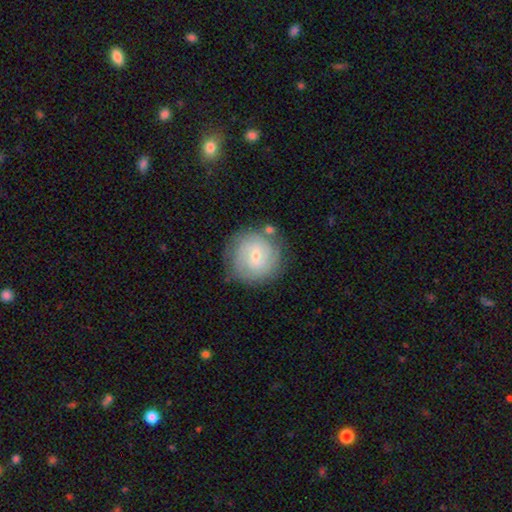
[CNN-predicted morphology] Q: Smooth or featured?
A: featured or disk (62%); runner-up: smooth (31%)
Q: Edge-on disk?
A: no (97%); runner-up: yes (3%)
Q: Bar?
A: no (50%); runner-up: weak (42%)
Q: Spiral arms?
A: yes (86%); runner-up: no (14%)
Q: Spiral winding?
A: tight (68%); runner-up: medium (24%)
Q: Spiral arm count?
A: can't tell (40%); runner-up: 2 (30%)
Q: Bulge size?
A: small (65%); runner-up: moderate (31%)
Q: Merging?
A: none (77%); runner-up: minor disturbance (14%)